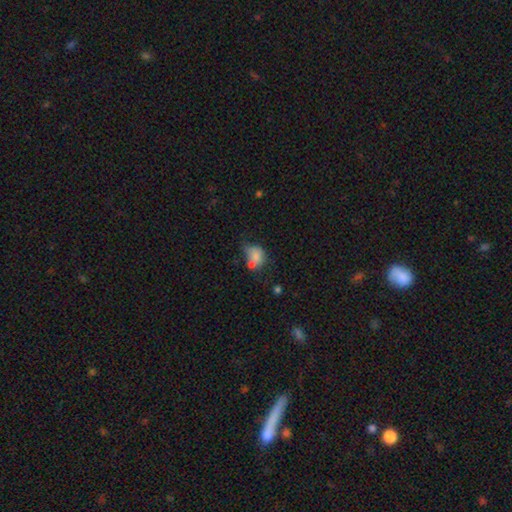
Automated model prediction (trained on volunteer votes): Morphology: type=smooth (71%); roundness=in between (59%); merging=merger (32%).